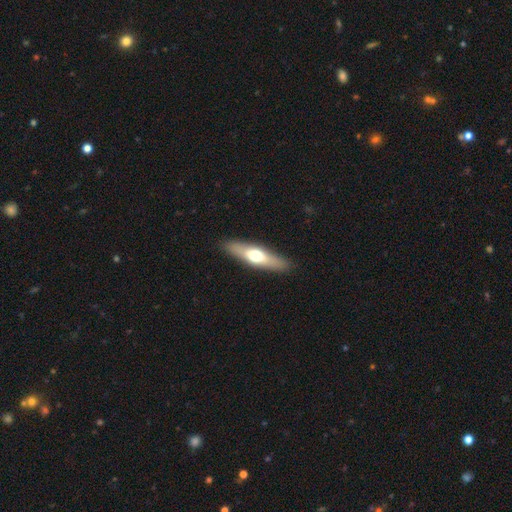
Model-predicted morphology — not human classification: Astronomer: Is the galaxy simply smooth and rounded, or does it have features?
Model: smooth — 49% (runner-up: featured or disk, 46%).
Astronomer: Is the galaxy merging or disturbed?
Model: none — 89%.